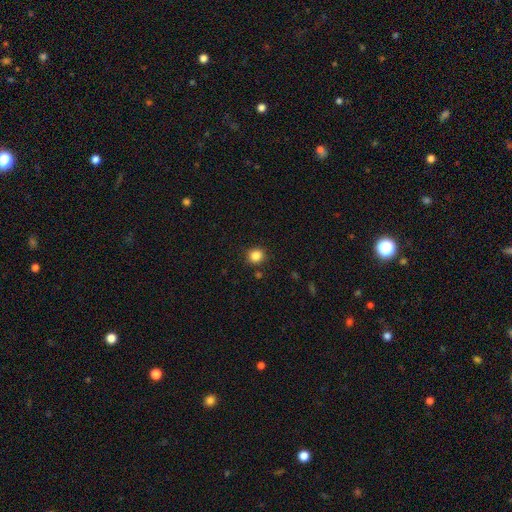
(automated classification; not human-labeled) Smooth or featured? smooth (85%)
How rounded? round (87%)
Merging? none (89%)